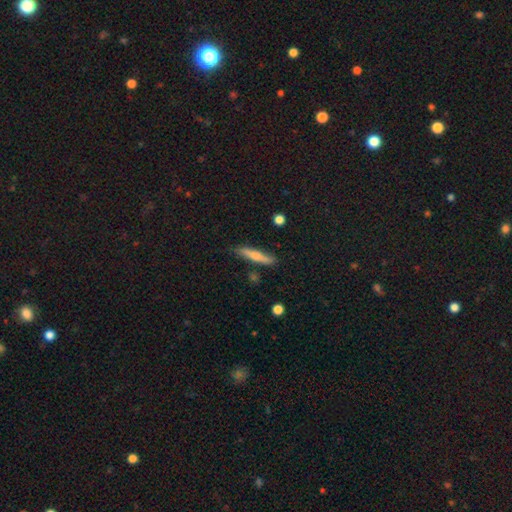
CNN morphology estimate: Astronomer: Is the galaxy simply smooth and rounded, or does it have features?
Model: smooth — 52% (runner-up: featured or disk, 42%).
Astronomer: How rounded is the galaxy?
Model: cigar-shaped — 89%.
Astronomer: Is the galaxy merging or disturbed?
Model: none — 83%.